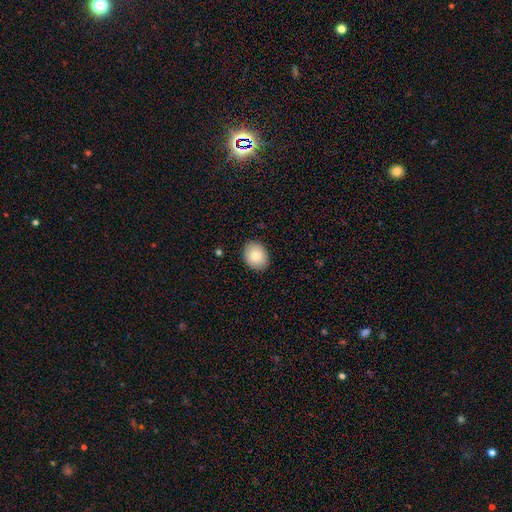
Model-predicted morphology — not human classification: A smooth galaxy with no disk features (81%) that is in between round and cigar-shaped (52%).

Vote fractions:
- Smooth or featured? smooth: 81% / featured or disk: 11% / star or artifact: 8%
- How rounded? in between: 52% / round: 47% / cigar-shaped: 1%
- Merging? none: 88% / minor disturbance: 9% / major disturbance: 2% / merger: 1%